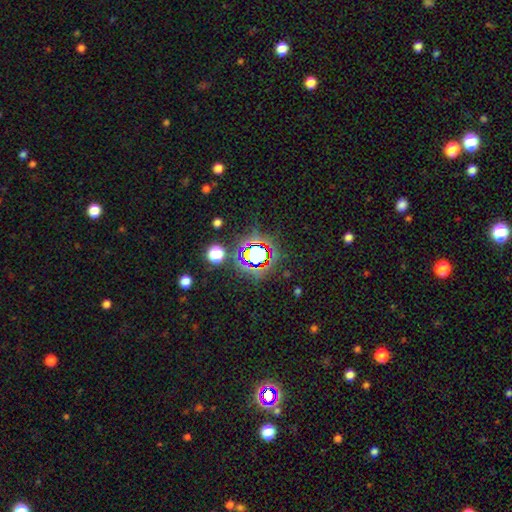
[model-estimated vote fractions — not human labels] Smooth or featured: star or artifact — 64% (smooth — 23%)